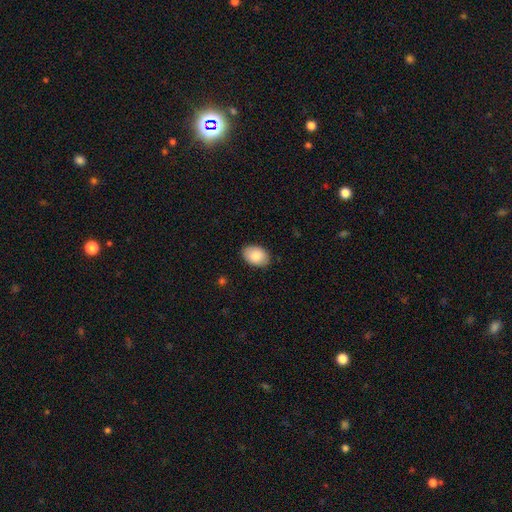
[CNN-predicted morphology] smooth_or_featured: smooth (p=0.86) [alt: featured or disk p=0.08]
how_rounded: in between (p=0.87) [alt: round p=0.12]
merging: none (p=0.88) [alt: minor disturbance p=0.09]